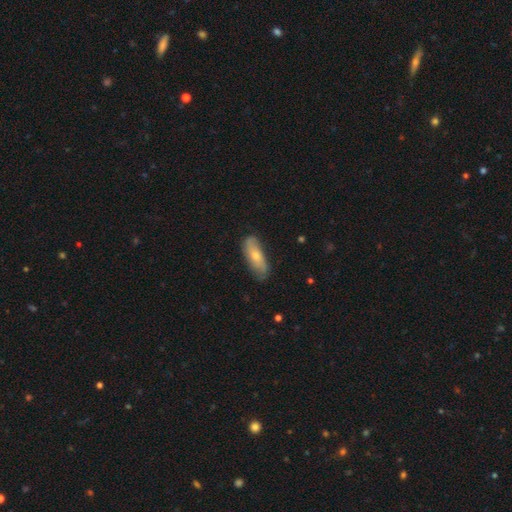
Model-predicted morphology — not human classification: Smooth or featured? Predicted: smooth (p=0.62). How rounded? Predicted: in between (p=0.65). Merging? Predicted: none (p=0.72).